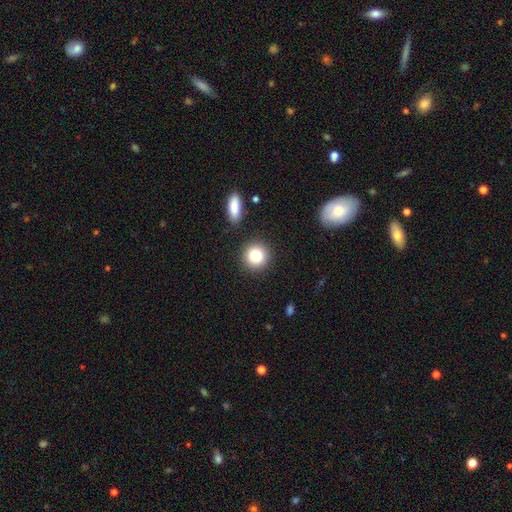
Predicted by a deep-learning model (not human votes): Smooth or featured? Predicted: smooth (p=0.82). How rounded? Predicted: round (p=0.92). Merging? Predicted: none (p=0.88).